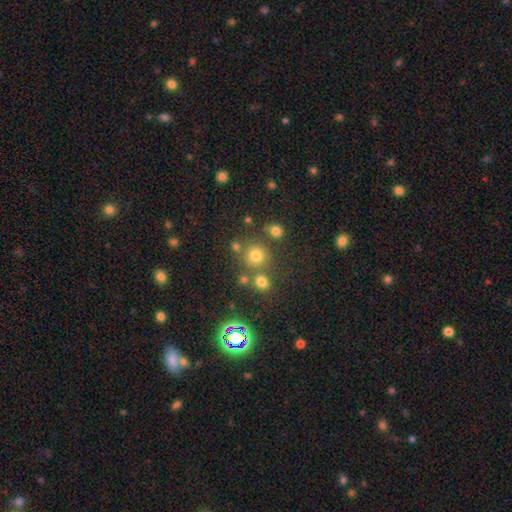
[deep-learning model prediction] smooth_or_featured: smooth (p=0.72) [alt: star or artifact p=0.20]
how_rounded: round (p=0.90) [alt: in between p=0.09]
merging: none (p=0.71) [alt: merger p=0.16]